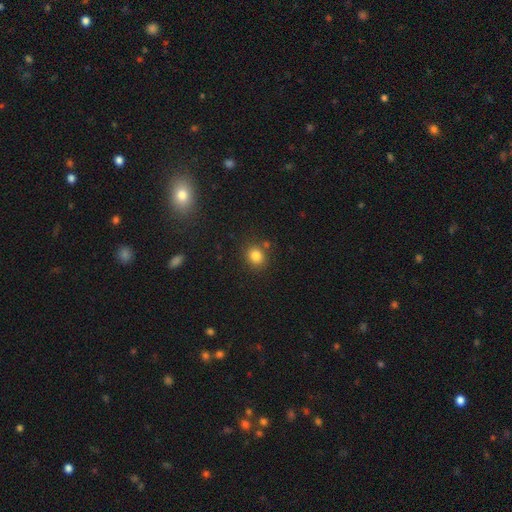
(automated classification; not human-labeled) Smooth or featured?
  - smooth: 82% *
  - star or artifact: 12%
  - featured or disk: 6%
How rounded?
  - round: 74% *
  - in between: 25%
  - cigar-shaped: 1%
Merging?
  - none: 80% *
  - minor disturbance: 10%
  - merger: 7%
  - major disturbance: 3%